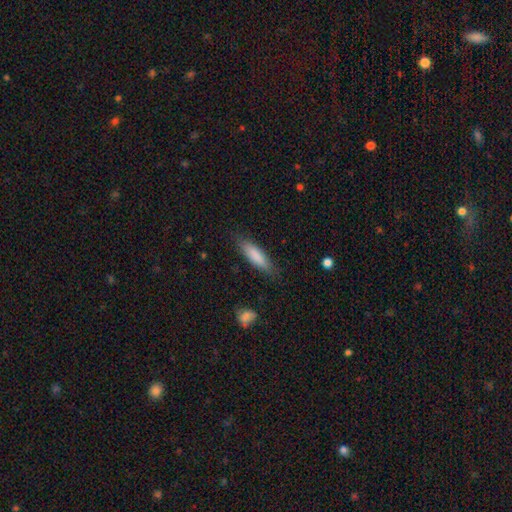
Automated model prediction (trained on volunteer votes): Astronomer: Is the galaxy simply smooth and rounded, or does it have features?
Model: smooth — 84%.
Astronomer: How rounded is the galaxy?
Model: cigar-shaped — 60% (runner-up: in between, 39%).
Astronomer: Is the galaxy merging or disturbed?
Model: none — 82%.